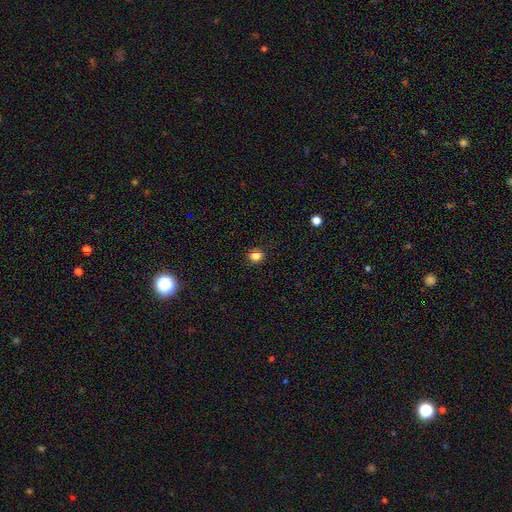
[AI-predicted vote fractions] Smooth or featured: smooth — 81% (star or artifact — 14%)
How rounded: round — 69% (in between — 30%)
Merging: none — 86% (minor disturbance — 10%)